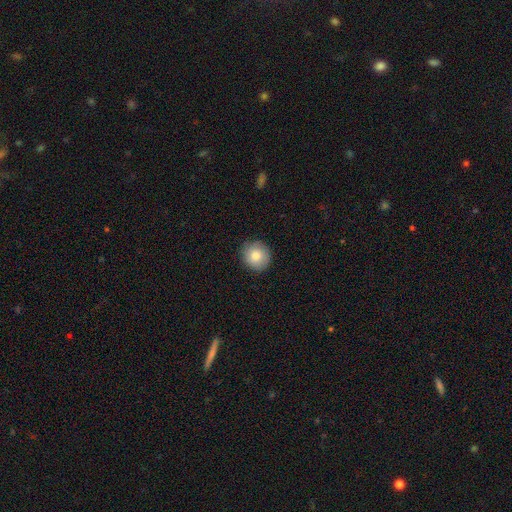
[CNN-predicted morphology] A smooth galaxy with no disk features (80%) that is round (90%).

Vote fractions:
- Smooth or featured? smooth: 80% / featured or disk: 12% / star or artifact: 8%
- How rounded? round: 90% / in between: 9% / cigar-shaped: 1%
- Merging? none: 88% / minor disturbance: 9% / major disturbance: 2% / merger: 1%